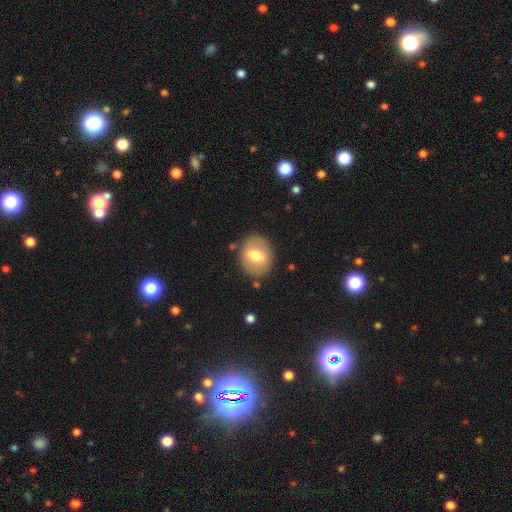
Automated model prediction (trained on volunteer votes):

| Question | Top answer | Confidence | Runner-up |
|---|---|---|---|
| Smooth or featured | smooth | 60% | featured or disk (33%) |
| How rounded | round | 52% | in between (47%) |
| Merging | none | 82% | minor disturbance (11%) |